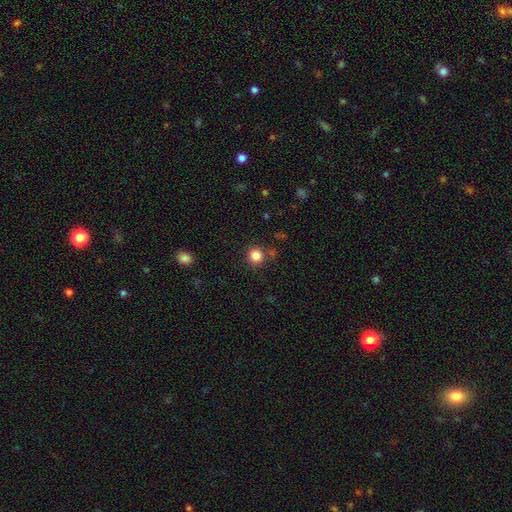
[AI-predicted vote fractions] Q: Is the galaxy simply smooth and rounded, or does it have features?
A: smooth — 85%.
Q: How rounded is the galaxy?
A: round — 91%.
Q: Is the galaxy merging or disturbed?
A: none — 84%.